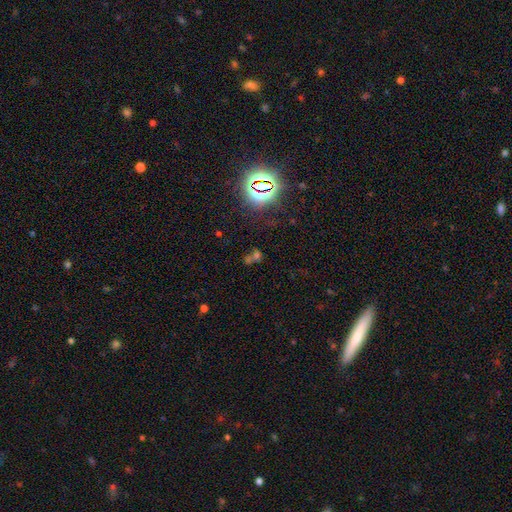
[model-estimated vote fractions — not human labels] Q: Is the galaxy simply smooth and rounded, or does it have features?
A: star or artifact — 62%.